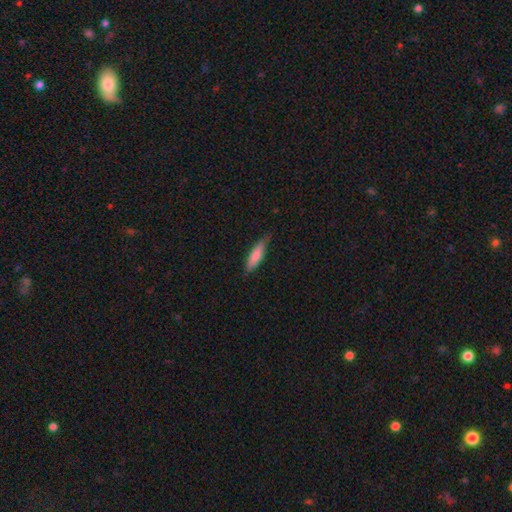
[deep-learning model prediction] Smooth or featured: smooth — 81% (featured or disk — 13%)
How rounded: cigar-shaped — 64% (in between — 35%)
Merging: none — 71% (minor disturbance — 24%)